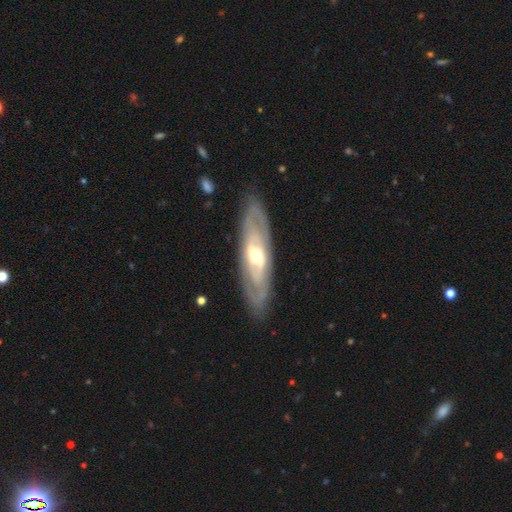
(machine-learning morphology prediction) This appears to be a featured or disk galaxy (76%) with no bar (48%), spiral arms (65%) and a moderate central bulge (59%). Merging: none (84%).